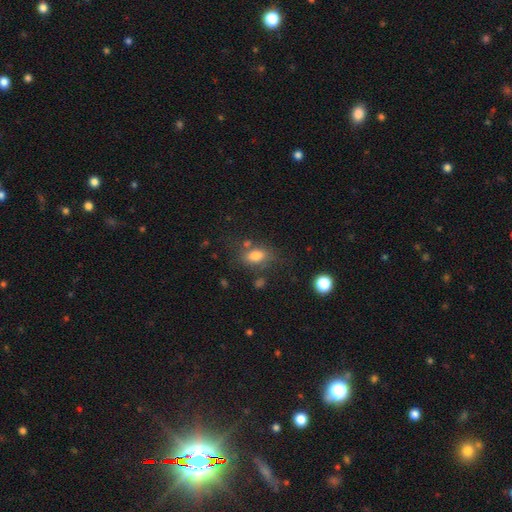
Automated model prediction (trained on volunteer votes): A smooth galaxy with no disk features (78%) that is in between round and cigar-shaped (80%). Merging: none (65%).